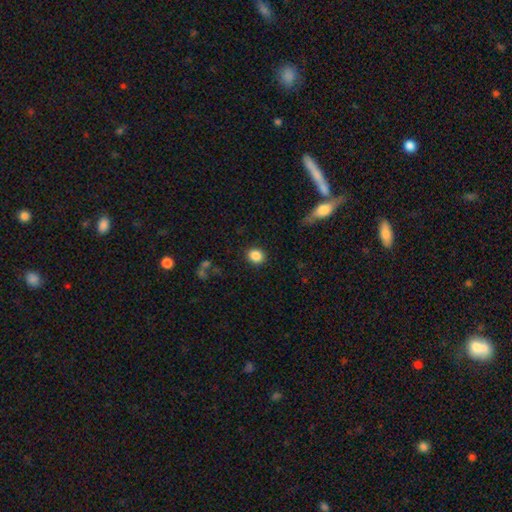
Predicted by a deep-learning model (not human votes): A smooth galaxy with no disk features (87%) that is round (71%).

Vote fractions:
- Smooth or featured? smooth: 87% / star or artifact: 9% / featured or disk: 4%
- How rounded? round: 71% / in between: 28% / cigar-shaped: 1%
- Merging? none: 89% / minor disturbance: 7% / major disturbance: 3% / merger: 2%